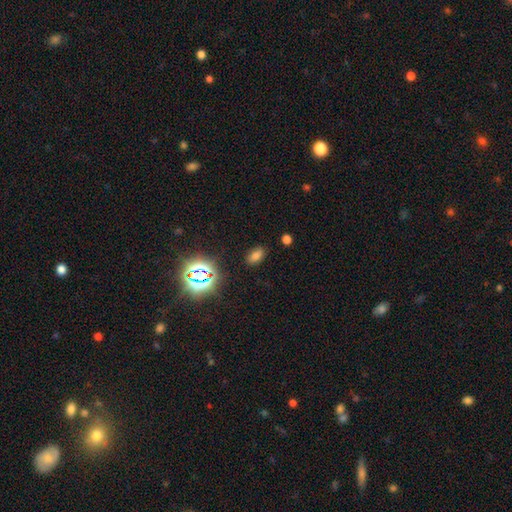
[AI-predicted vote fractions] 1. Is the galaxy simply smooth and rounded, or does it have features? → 66% smooth, 27% star or artifact, 7% featured or disk.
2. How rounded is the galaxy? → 89% in between, 8% round, 3% cigar-shaped.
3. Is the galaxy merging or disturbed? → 86% none, 9% minor disturbance, 3% major disturbance, 2% merger.